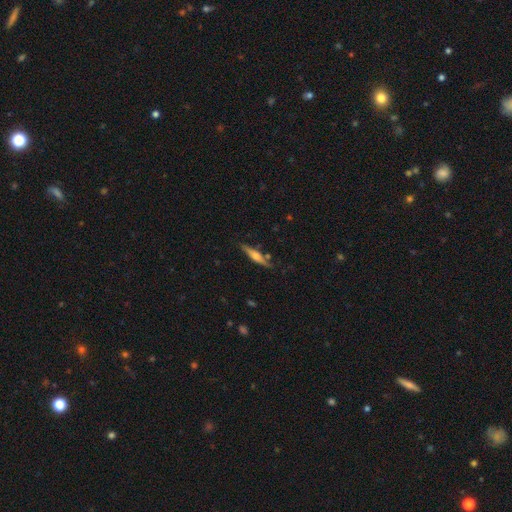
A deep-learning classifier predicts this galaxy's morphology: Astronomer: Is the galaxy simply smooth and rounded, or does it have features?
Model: featured or disk — 67%.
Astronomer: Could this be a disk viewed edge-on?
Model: yes — 96%.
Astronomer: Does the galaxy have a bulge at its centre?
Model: rounded — 82%.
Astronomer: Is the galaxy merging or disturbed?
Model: none — 80%.